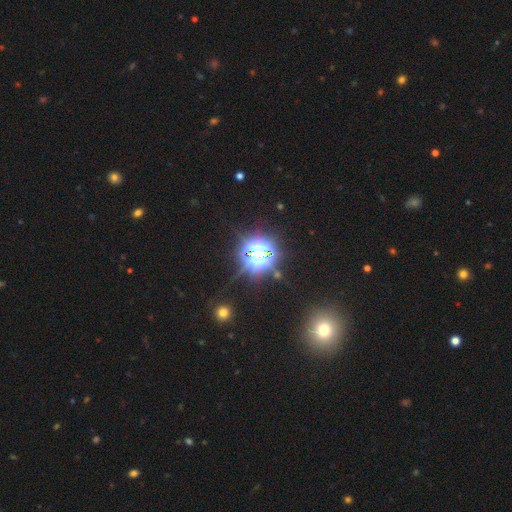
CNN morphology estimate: Overall: star or artifact (73%).